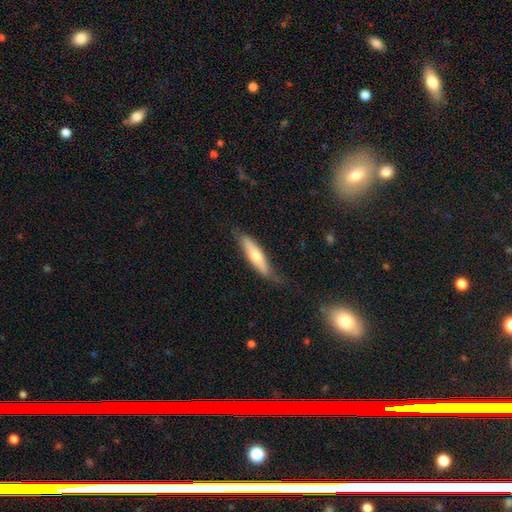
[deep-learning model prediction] Morphology: type=smooth (59%); roundness=cigar-shaped (67%); merging=none (71%).